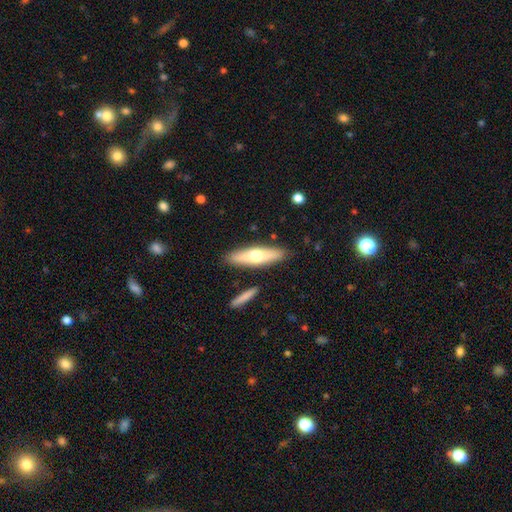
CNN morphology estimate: A smooth galaxy with no disk features (57%) that is cigar-shaped (65%). Merging: none (86%).